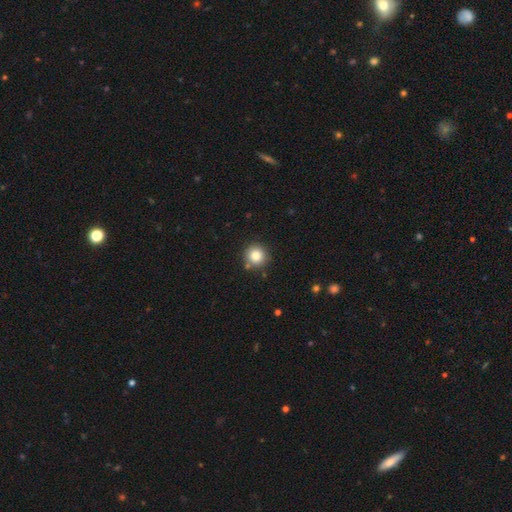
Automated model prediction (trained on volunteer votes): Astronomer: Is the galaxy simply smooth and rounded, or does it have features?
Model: smooth — 83%.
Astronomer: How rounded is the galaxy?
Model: round — 94%.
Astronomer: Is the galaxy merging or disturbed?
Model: none — 86%.